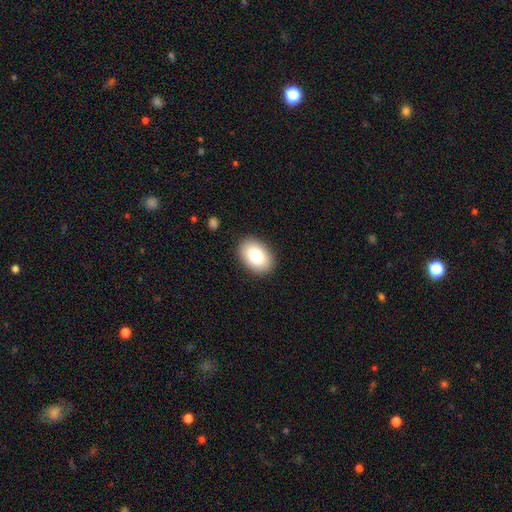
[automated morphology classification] type=smooth (83%); roundness=in between (87%); merging=none (89%).